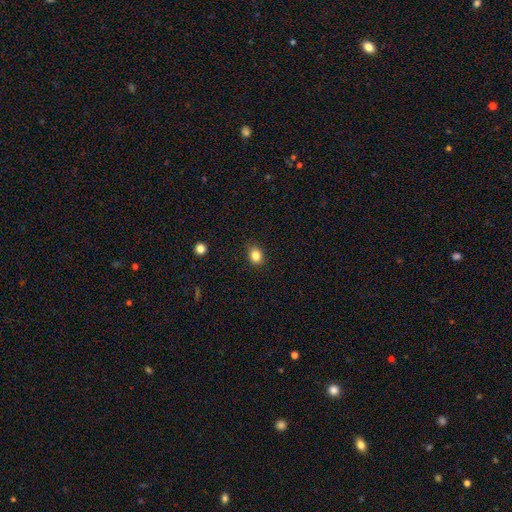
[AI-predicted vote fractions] Overall: smooth (84%). How rounded: round (57%; in between 42%). Merging: none (85%).